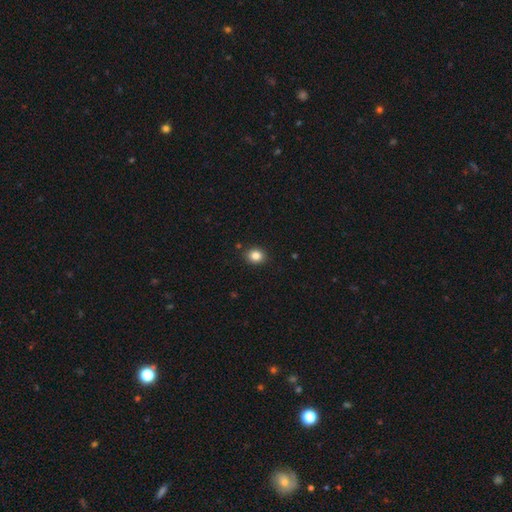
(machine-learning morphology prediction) Overall: smooth (85%). How rounded: round (64%; in between 36%). Merging: none (89%).